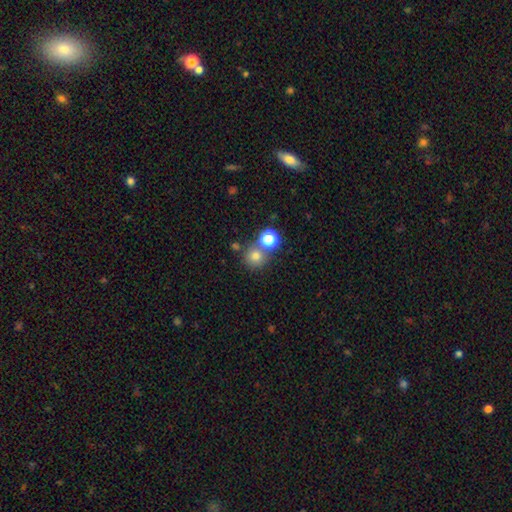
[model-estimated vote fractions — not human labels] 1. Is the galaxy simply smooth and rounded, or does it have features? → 75% smooth, 17% star or artifact, 8% featured or disk.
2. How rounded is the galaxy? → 90% round, 9% in between, 1% cigar-shaped.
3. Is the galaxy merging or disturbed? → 66% none, 23% merger, 8% minor disturbance, 3% major disturbance.